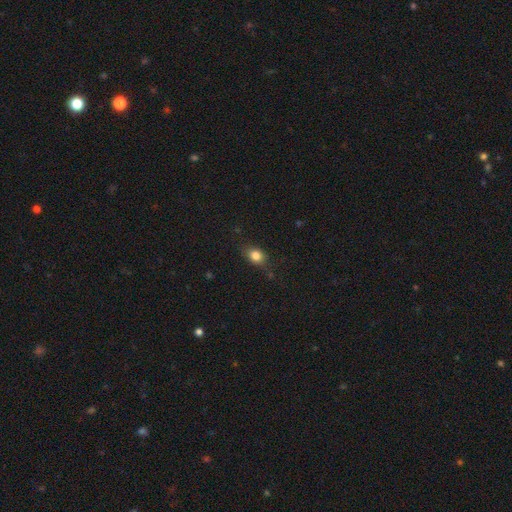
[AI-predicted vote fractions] smooth-or-featured: smooth: 82% | star or artifact: 10% | featured or disk: 8%
  how-rounded: in between: 58% | round: 40% | cigar-shaped: 2%
  merging: none: 77% | minor disturbance: 18% | major disturbance: 4% | merger: 2%